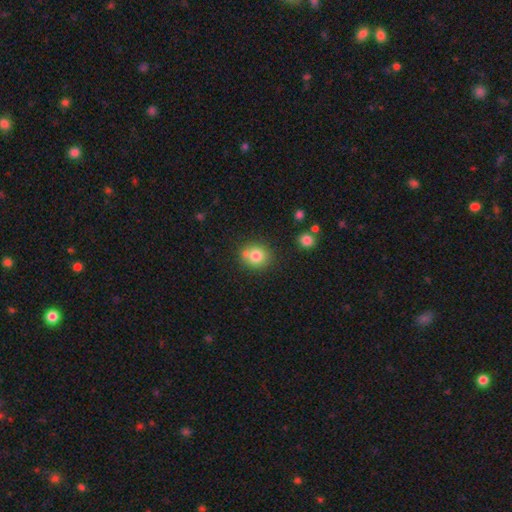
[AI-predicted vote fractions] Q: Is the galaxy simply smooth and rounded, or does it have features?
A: smooth — 79%.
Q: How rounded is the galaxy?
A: round — 82%.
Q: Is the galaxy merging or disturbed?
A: none — 68%.